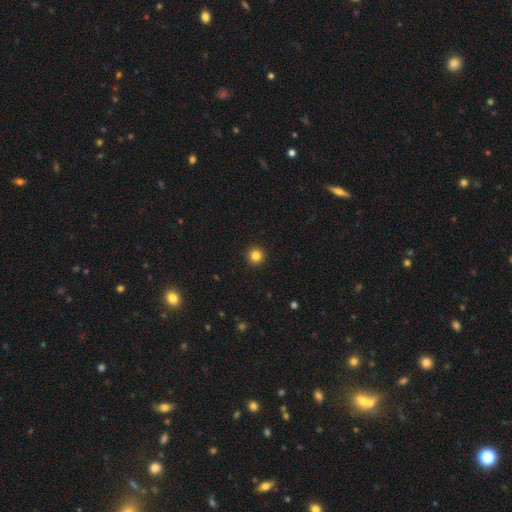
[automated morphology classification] A smooth galaxy with no disk features (84%) that is round (96%). Merging: none (94%).